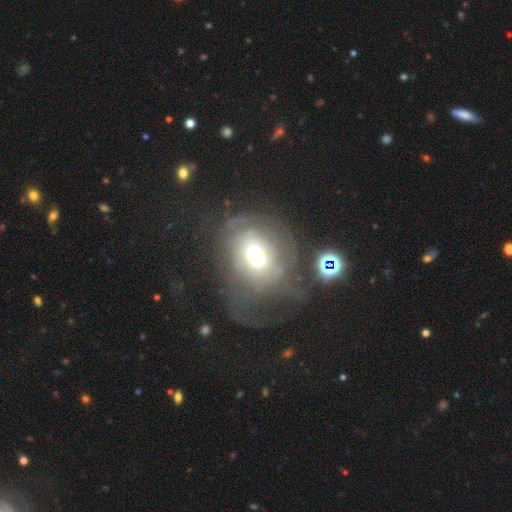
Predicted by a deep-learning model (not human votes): Overall: featured or disk (56%; smooth 31%). Edge-on disk: no (96%). Bar: no (67%). Spiral arms: yes (56%; no 44%). Bulge size: moderate (58%; large 23%). Merging: major disturbance (42%; none 34%).